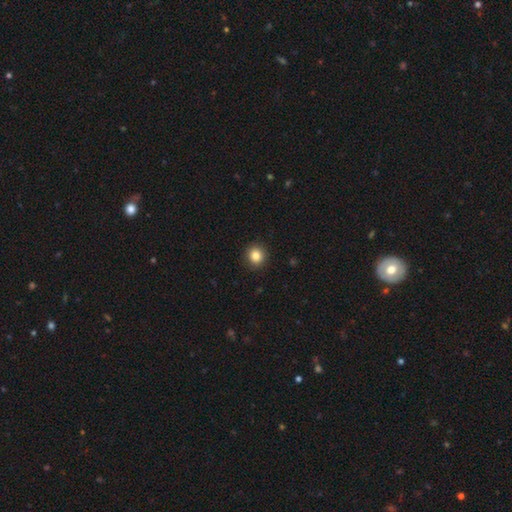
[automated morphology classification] smooth_or_featured: smooth (p=0.84) [alt: star or artifact p=0.10]
how_rounded: round (p=0.90) [alt: in between p=0.09]
merging: none (p=0.92) [alt: minor disturbance p=0.05]